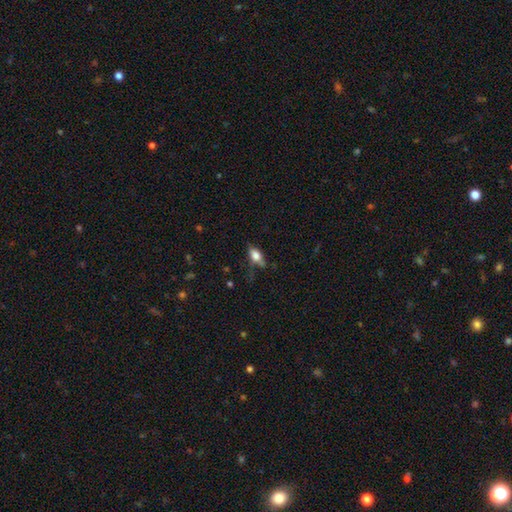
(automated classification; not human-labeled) smooth 71%, featured or disk 20%, star or artifact 9%. Down the decision tree: how rounded — in between (83%); merging — none (53%).